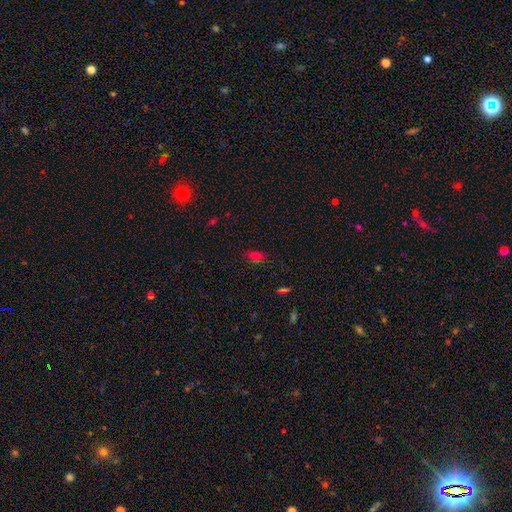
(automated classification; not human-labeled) Smooth or featured? Predicted: smooth (p=0.65). How rounded? Predicted: in between (p=0.77). Merging? Predicted: none (p=0.76).